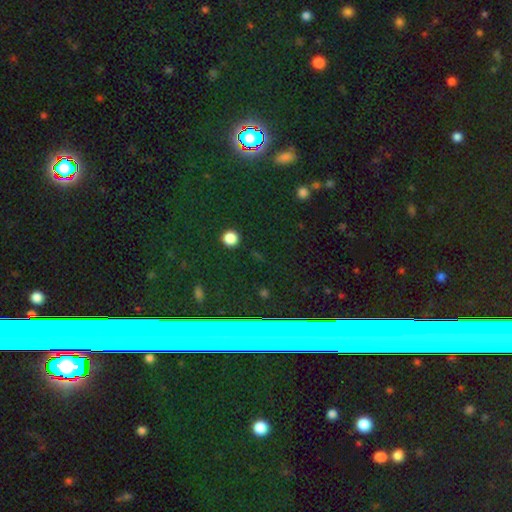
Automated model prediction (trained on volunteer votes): Overall: star or artifact (73%).